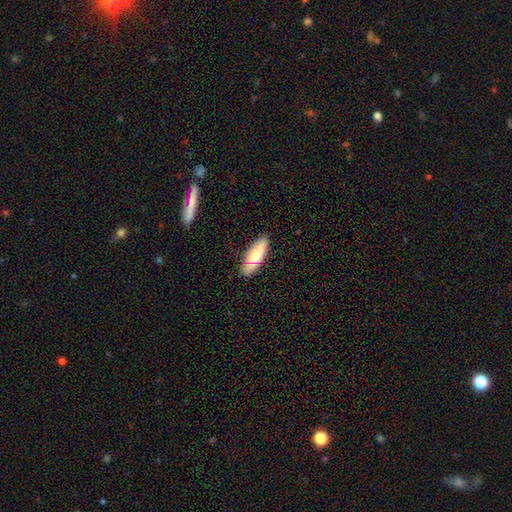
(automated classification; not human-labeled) smooth_or_featured: smooth (p=0.69) [alt: featured or disk p=0.25]
how_rounded: in between (p=0.63) [alt: cigar-shaped p=0.35]
merging: none (p=0.81) [alt: minor disturbance p=0.14]